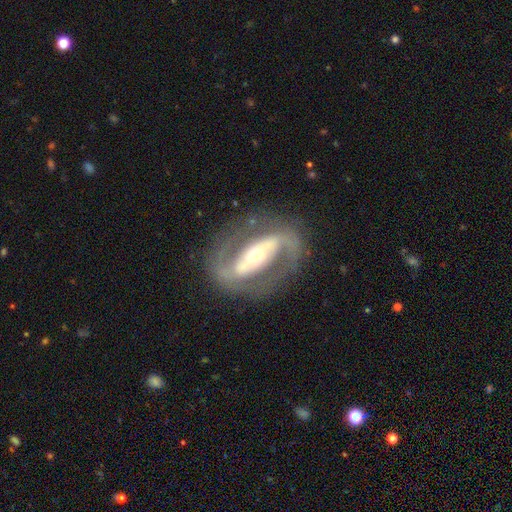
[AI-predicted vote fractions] Overall: featured or disk (86%). Edge-on disk: no (93%). Bar: strong (62%). Spiral arms: yes (85%). Spiral arm count: 2 (89%). Spiral winding: medium (49%; tight 30%). Bulge size: moderate (56%; small 33%). Merging: none (80%).